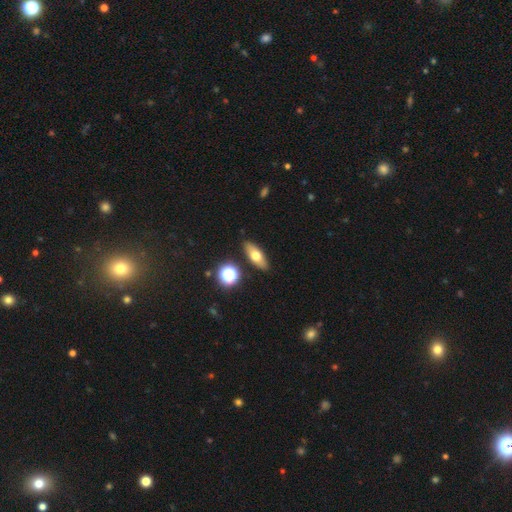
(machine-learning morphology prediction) Smooth or featured?
  - smooth: 64% *
  - featured or disk: 26%
  - star or artifact: 10%
How rounded?
  - in between: 69% *
  - cigar-shaped: 23%
  - round: 8%
Merging?
  - none: 87% *
  - minor disturbance: 8%
  - merger: 3%
  - major disturbance: 2%